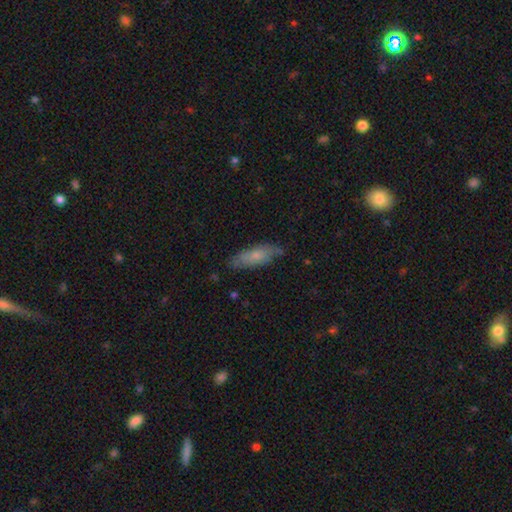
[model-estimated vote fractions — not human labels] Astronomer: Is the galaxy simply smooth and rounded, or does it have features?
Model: smooth — 68%.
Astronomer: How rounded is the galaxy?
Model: in between — 53% (runner-up: cigar-shaped, 45%).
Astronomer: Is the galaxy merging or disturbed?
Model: none — 75%.